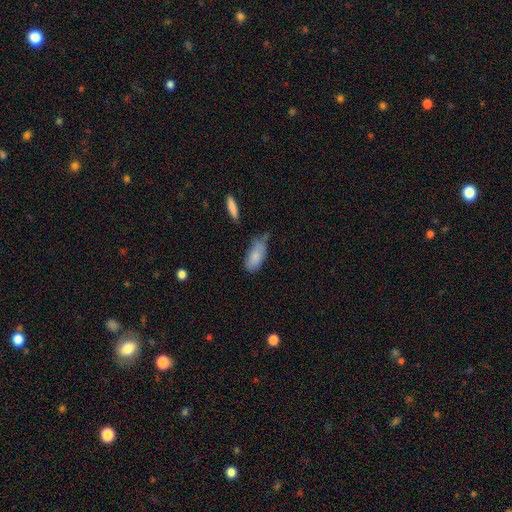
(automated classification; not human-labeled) smooth_or_featured: smooth (p=0.82) [alt: featured or disk p=0.11]
how_rounded: in between (p=0.89) [alt: cigar-shaped p=0.09]
merging: none (p=0.49) [alt: minor disturbance p=0.35]